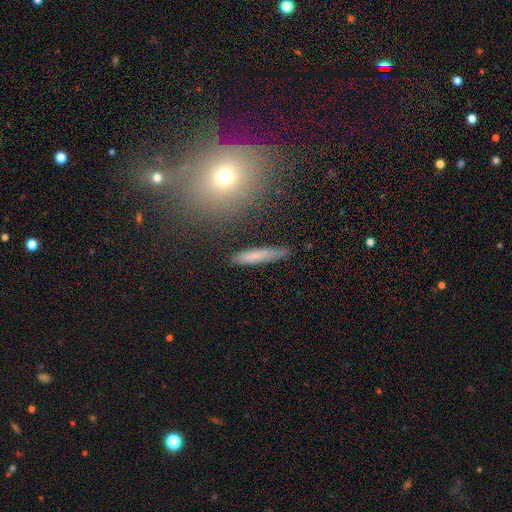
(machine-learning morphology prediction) A smooth galaxy with no disk features (69%) that is cigar-shaped (91%).

Vote fractions:
- Smooth or featured? smooth: 69% / featured or disk: 22% / star or artifact: 9%
- How rounded? cigar-shaped: 91% / in between: 7% / round: 2%
- Merging? none: 85% / minor disturbance: 11% / major disturbance: 2% / merger: 2%